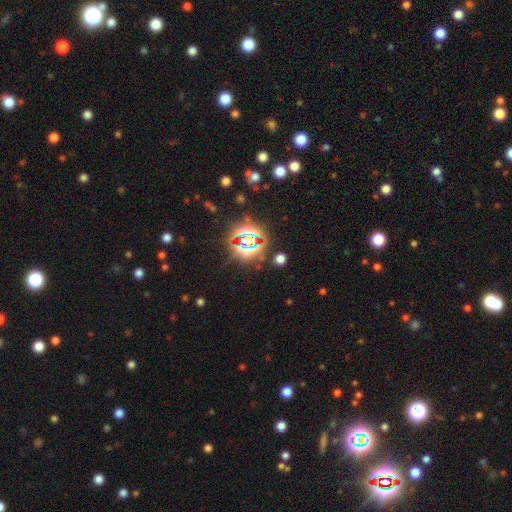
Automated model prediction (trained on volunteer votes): A star or artifact, not a galaxy (83%).

Vote fractions:
- Smooth or featured? star or artifact: 83% / smooth: 10% / featured or disk: 7%